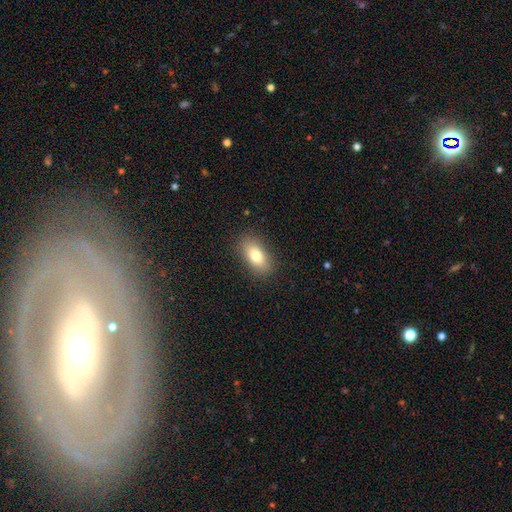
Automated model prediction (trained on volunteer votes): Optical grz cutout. It shows a smooth galaxy with no disk features (78%) that is in between round and cigar-shaped (87%). Merging: none (87%).